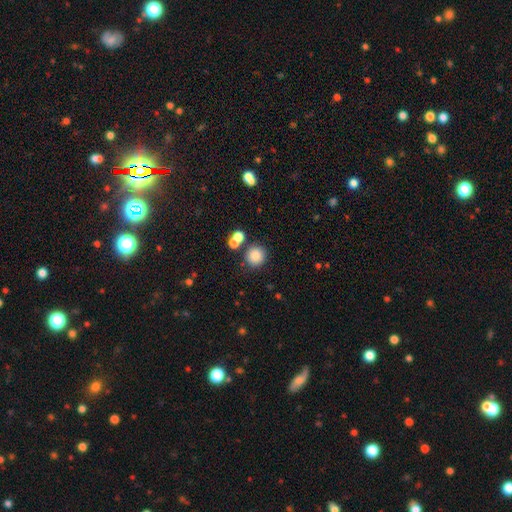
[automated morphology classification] Q: Smooth or featured?
A: smooth (82%); runner-up: star or artifact (12%)
Q: How rounded?
A: round (91%); runner-up: in between (8%)
Q: Merging?
A: none (74%); runner-up: merger (14%)